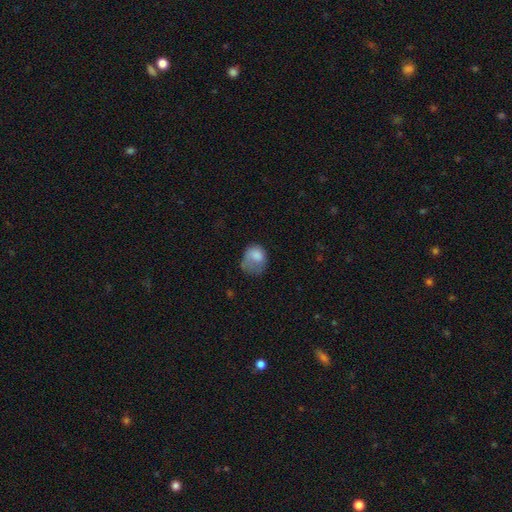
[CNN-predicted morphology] Smooth or featured: smooth — 75% (featured or disk — 16%)
How rounded: round — 50% (in between — 49%)
Merging: major disturbance — 41% (minor disturbance — 30%)